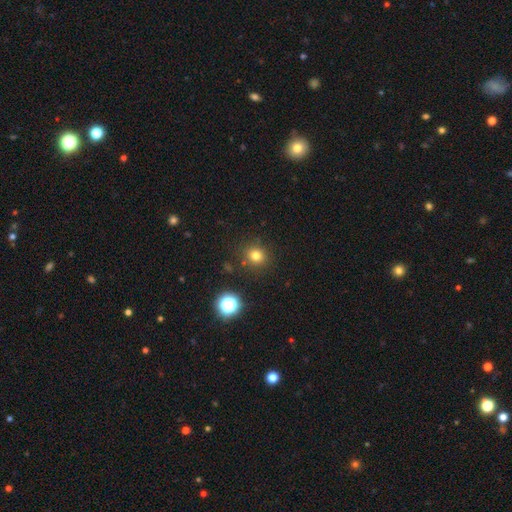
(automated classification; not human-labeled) The model was most divided on "smooth or featured": smooth: 76%, star or artifact: 18%, featured or disk: 6%. More confident: how rounded — round (89%); merging — none (86%).